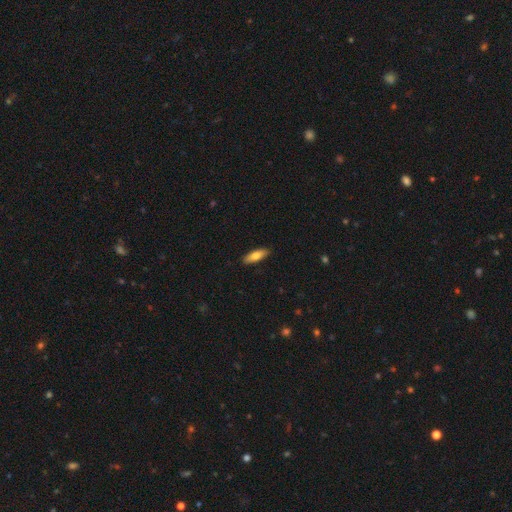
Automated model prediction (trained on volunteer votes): This appears to be a smooth galaxy with no disk features (75%) that is in between round and cigar-shaped (52%). Merging: none (88%).